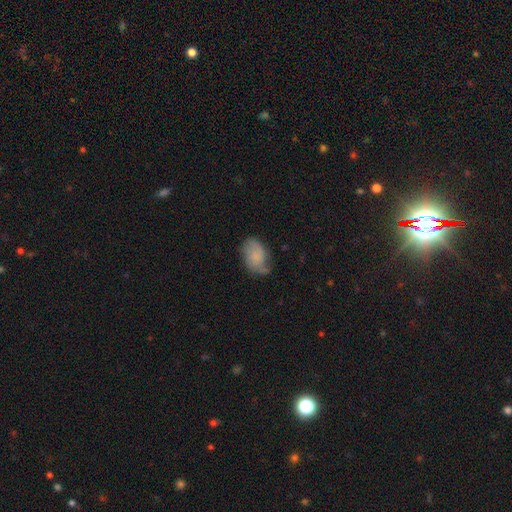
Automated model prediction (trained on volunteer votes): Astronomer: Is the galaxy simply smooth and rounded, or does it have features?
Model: smooth — 55% (runner-up: featured or disk, 37%).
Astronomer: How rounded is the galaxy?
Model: in between — 85%.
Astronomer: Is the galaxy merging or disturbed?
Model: none — 57%.